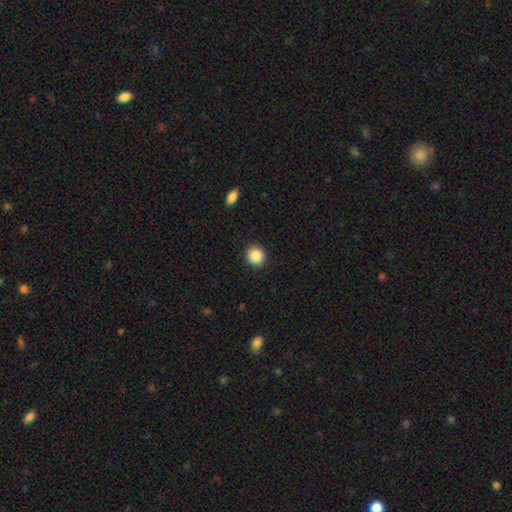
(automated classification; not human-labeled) smooth-or-featured: smooth: 88% | star or artifact: 9% | featured or disk: 3%
  how-rounded: round: 92% | in between: 7% | cigar-shaped: 1%
  merging: none: 91% | minor disturbance: 6% | major disturbance: 2% | merger: 1%